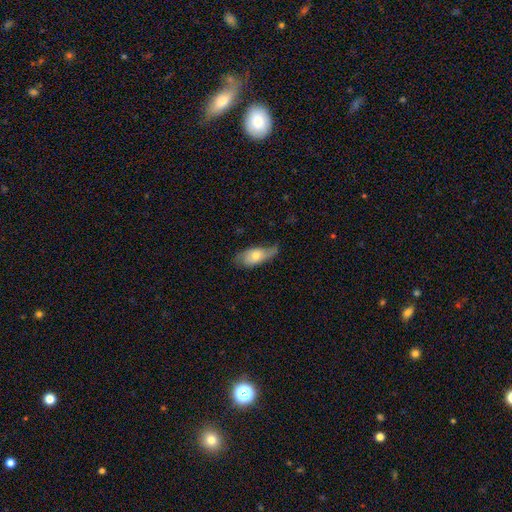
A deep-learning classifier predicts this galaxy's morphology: Smooth or featured? Predicted: smooth (p=0.54). How rounded? Predicted: in between (p=0.84). Merging? Predicted: none (p=0.48).